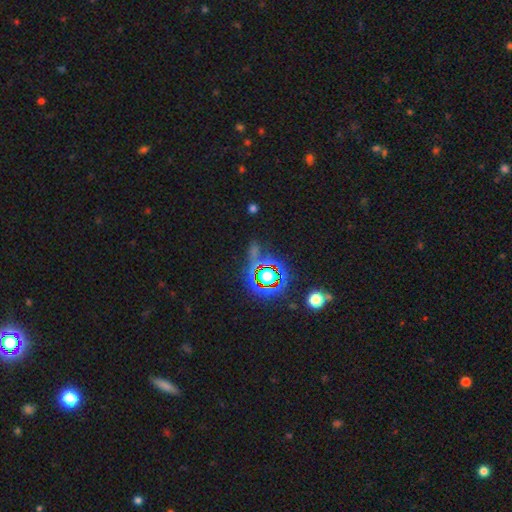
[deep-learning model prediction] Q: Smooth or featured?
A: star or artifact (66%); runner-up: smooth (23%)